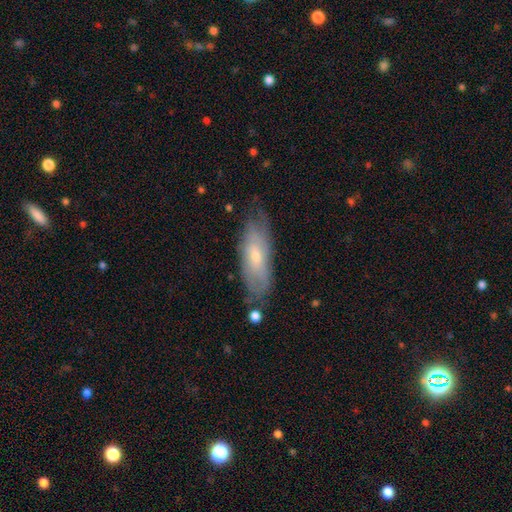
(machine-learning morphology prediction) A featured or disk galaxy (51%). Merging: none (67%).